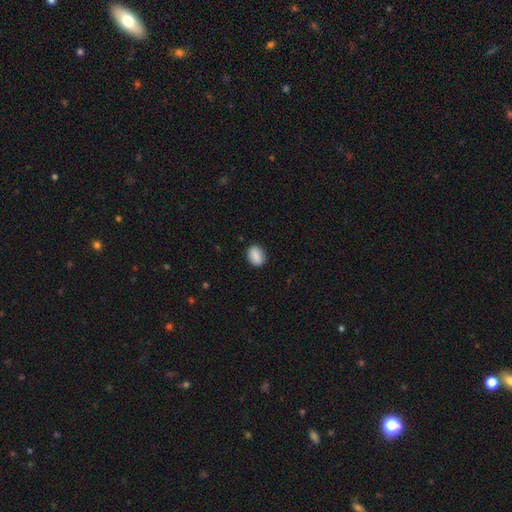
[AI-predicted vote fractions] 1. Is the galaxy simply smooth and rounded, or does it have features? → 88% smooth, 7% star or artifact, 4% featured or disk.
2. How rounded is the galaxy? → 69% in between, 29% round, 1% cigar-shaped.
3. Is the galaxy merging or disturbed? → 87% none, 10% minor disturbance, 2% major disturbance, 1% merger.